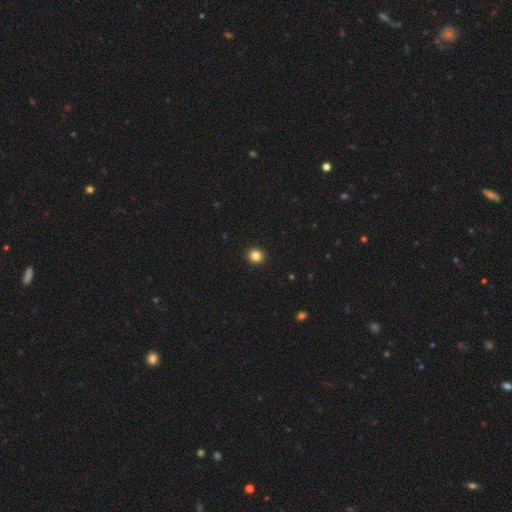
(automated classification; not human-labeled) Smooth or featured?
  - smooth: 84% *
  - star or artifact: 11%
  - featured or disk: 5%
How rounded?
  - round: 86% *
  - in between: 13%
  - cigar-shaped: 1%
Merging?
  - none: 93% *
  - minor disturbance: 4%
  - major disturbance: 1%
  - merger: 1%